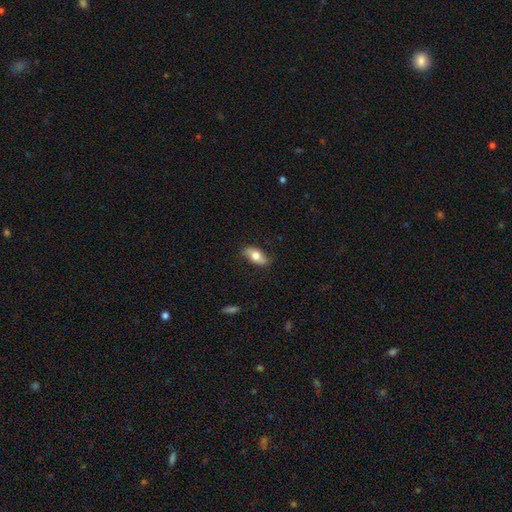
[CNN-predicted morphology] A smooth galaxy with no disk features (64%) that is in between round and cigar-shaped (87%).

Vote fractions:
- Smooth or featured? smooth: 64% / featured or disk: 29% / star or artifact: 6%
- How rounded? in between: 87% / cigar-shaped: 8% / round: 5%
- Merging? none: 79% / minor disturbance: 16% / major disturbance: 4% / merger: 1%